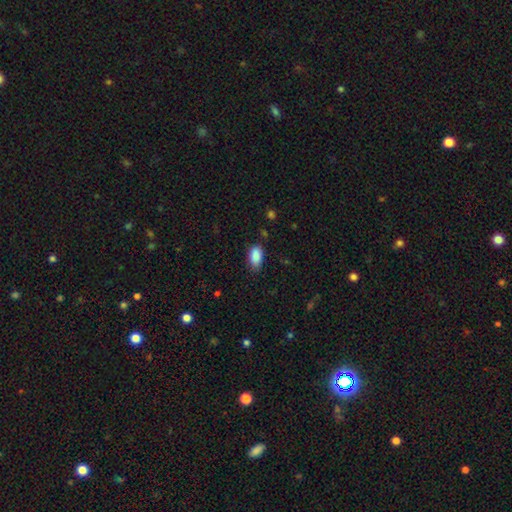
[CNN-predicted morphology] smooth-or-featured: smooth: 89% | star or artifact: 7% | featured or disk: 4%
  how-rounded: in between: 93% | round: 4% | cigar-shaped: 3%
  merging: none: 77% | minor disturbance: 19% | major disturbance: 3% | merger: 1%